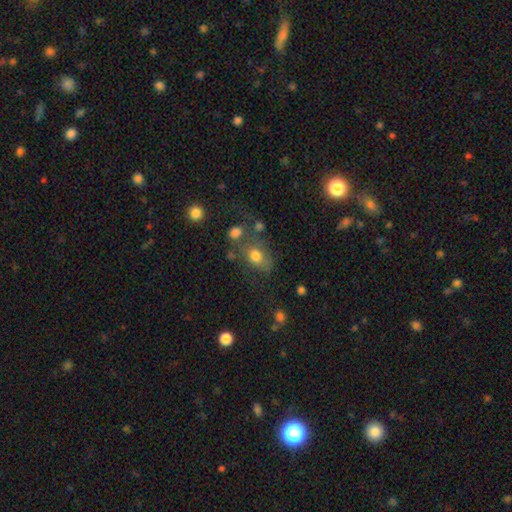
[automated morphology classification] Smooth or featured?
  - smooth: 69% *
  - featured or disk: 19%
  - star or artifact: 11%
How rounded?
  - in between: 67% *
  - round: 31%
  - cigar-shaped: 2%
Merging?
  - none: 43% *
  - minor disturbance: 23%
  - major disturbance: 19%
  - merger: 15%